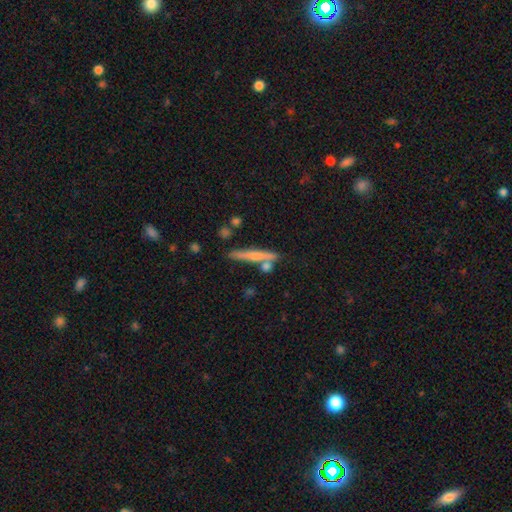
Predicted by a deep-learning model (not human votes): Q: Smooth or featured?
A: smooth (51%); runner-up: featured or disk (43%)
Q: How rounded?
A: cigar-shaped (93%); runner-up: in between (5%)
Q: Merging?
A: none (74%); runner-up: minor disturbance (12%)